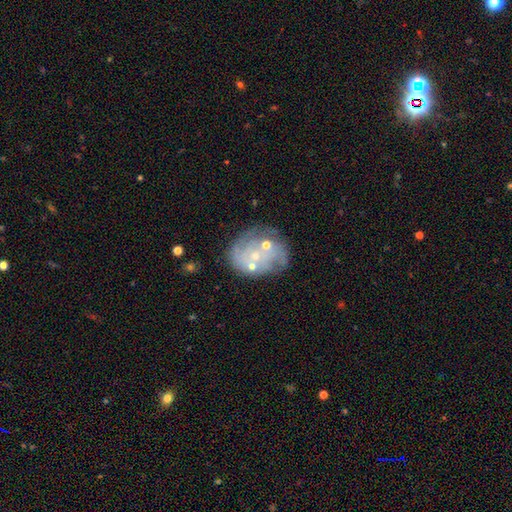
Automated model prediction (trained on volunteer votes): A featured or disk galaxy (69%) with no bar (83%), spiral arms (67%) and a small central bulge (69%). Merging: none (56%).